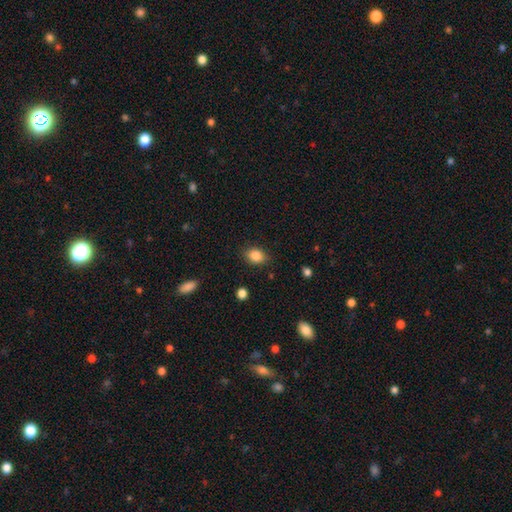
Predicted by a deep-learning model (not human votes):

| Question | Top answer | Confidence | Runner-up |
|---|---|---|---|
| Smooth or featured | smooth | 86% | star or artifact (9%) |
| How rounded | in between | 63% | round (35%) |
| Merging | none | 83% | minor disturbance (12%) |